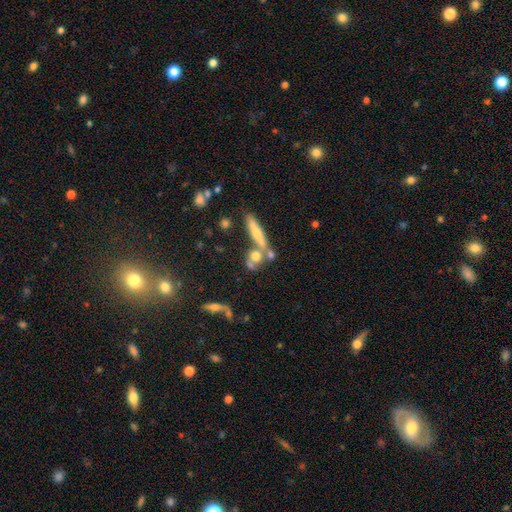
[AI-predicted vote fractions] This is possibly a smooth galaxy (51%). How rounded: possibly cigar-shaped (46%). Merging: possibly none (49%).